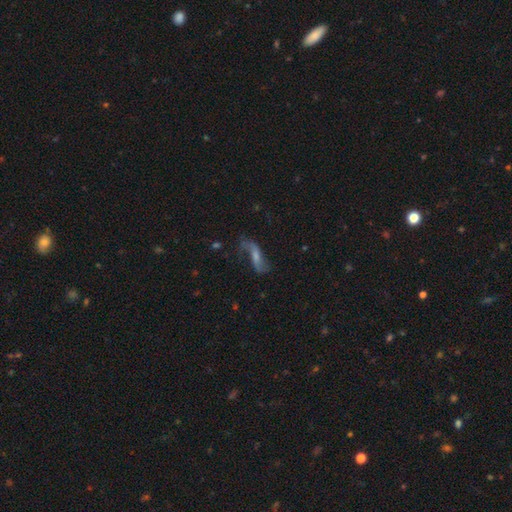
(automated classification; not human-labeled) Smooth or featured? Predicted: featured or disk (p=0.70). Edge-on disk? Predicted: no (p=0.86). Bar? Predicted: weak (p=0.40). Spiral arms? Predicted: yes (p=0.90). Spiral winding? Predicted: loose (p=0.79). Spiral arm count? Predicted: 2 (p=0.86). Bulge size? Predicted: small (p=0.41). Merging? Predicted: none (p=0.59).